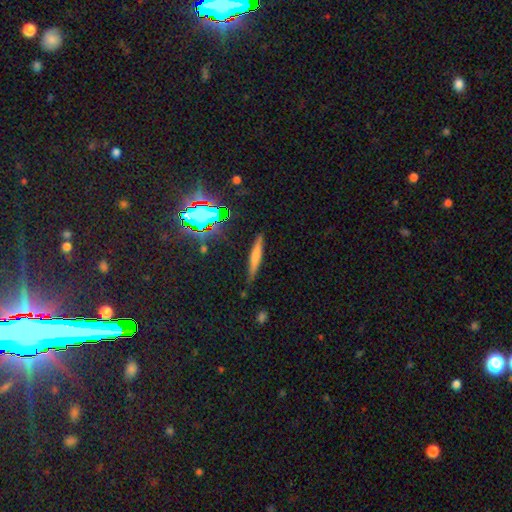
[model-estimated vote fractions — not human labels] Smooth or featured? smooth (59%)
How rounded? cigar-shaped (91%)
Merging? none (82%)